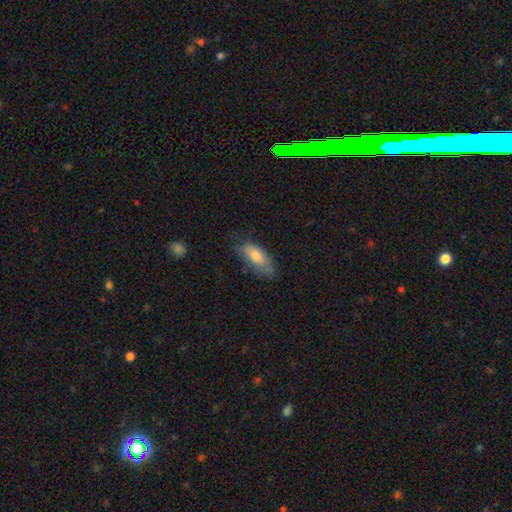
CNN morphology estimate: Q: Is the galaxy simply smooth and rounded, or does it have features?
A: smooth — 75%.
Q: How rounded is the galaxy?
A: in between — 77%.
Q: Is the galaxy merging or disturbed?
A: none — 63%.